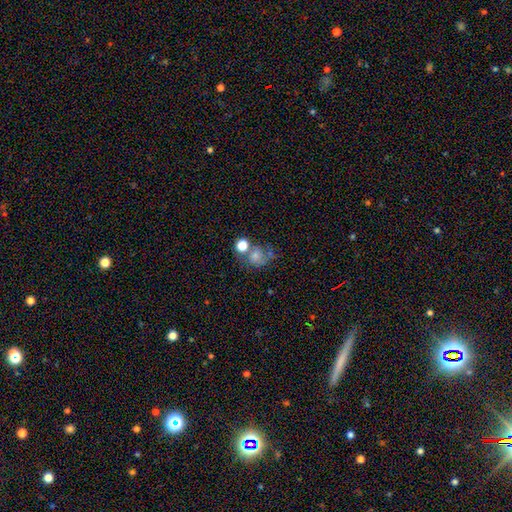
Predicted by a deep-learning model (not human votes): Overall: smooth (45%; featured or disk 31%). Merging: none (45%; merger 22%).